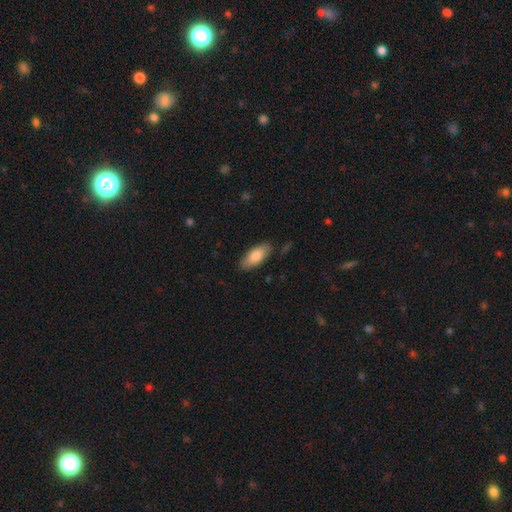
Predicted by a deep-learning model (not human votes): Smooth or featured?
  - smooth: 82% *
  - featured or disk: 13%
  - star or artifact: 6%
How rounded?
  - in between: 85% *
  - cigar-shaped: 13%
  - round: 2%
Merging?
  - none: 82% *
  - minor disturbance: 13%
  - major disturbance: 3%
  - merger: 2%